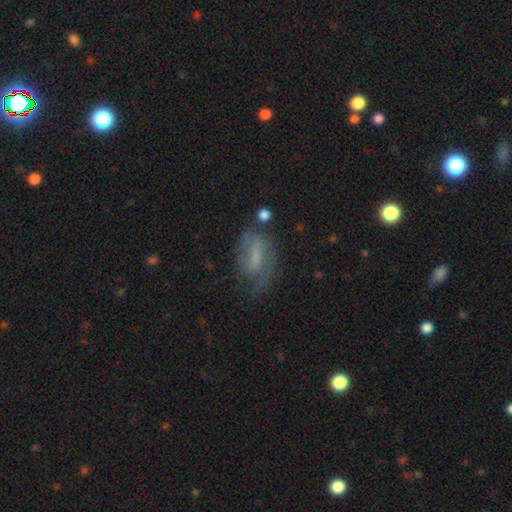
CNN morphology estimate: Smooth or featured?
  - featured or disk: 51% *
  - smooth: 39%
  - star or artifact: 11%
Edge-on disk?
  - no: 91% *
  - yes: 9%
Merging?
  - none: 49% *
  - minor disturbance: 26%
  - major disturbance: 21%
  - merger: 4%